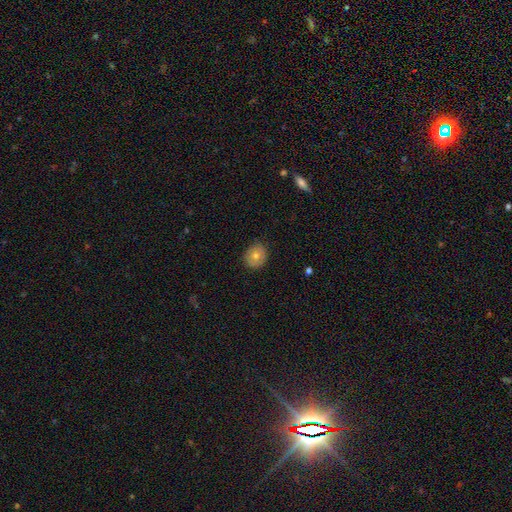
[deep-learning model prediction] Smooth or featured?
  - smooth: 67% *
  - featured or disk: 23%
  - star or artifact: 10%
How rounded?
  - round: 76% *
  - in between: 23%
  - cigar-shaped: 1%
Merging?
  - none: 86% *
  - minor disturbance: 11%
  - major disturbance: 2%
  - merger: 1%